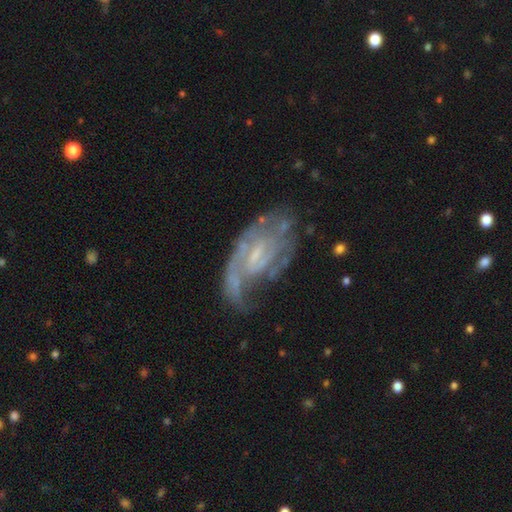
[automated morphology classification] Smooth or featured? Predicted: featured or disk (p=0.80). Edge-on disk? Predicted: no (p=0.95). Bar? Predicted: weak (p=0.51). Spiral arms? Predicted: yes (p=0.81). Spiral winding? Predicted: tight (p=0.42). Spiral arm count? Predicted: can't tell (p=0.34). Bulge size? Predicted: small (p=0.49). Merging? Predicted: none (p=0.43).